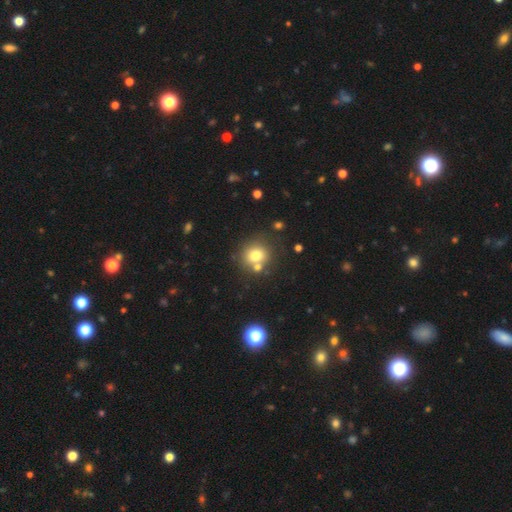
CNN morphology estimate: A smooth galaxy with no disk features (74%) that is round (86%).

Vote fractions:
- Smooth or featured? smooth: 74% / star or artifact: 14% / featured or disk: 13%
- How rounded? round: 86% / in between: 14% / cigar-shaped: 1%
- Merging? none: 66% / merger: 19% / minor disturbance: 11% / major disturbance: 4%